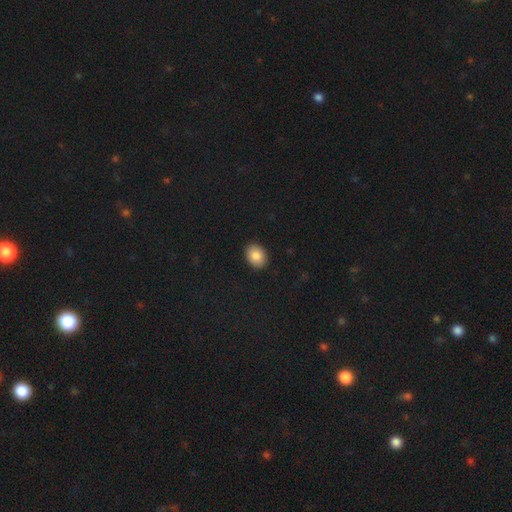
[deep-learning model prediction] smooth 86%, star or artifact 8%, featured or disk 6%. Down the decision tree: how rounded — in between (67%); merging — none (91%).